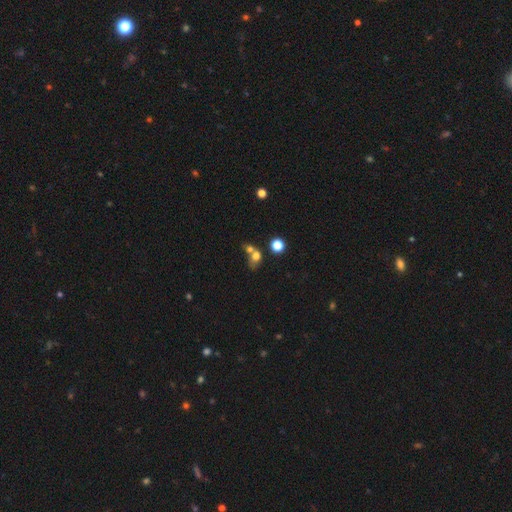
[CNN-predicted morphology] smooth-or-featured: smooth: 67% | featured or disk: 16% | star or artifact: 16%
  how-rounded: round: 58% | in between: 40% | cigar-shaped: 2%
  merging: merger: 55% | none: 29% | minor disturbance: 9% | major disturbance: 7%